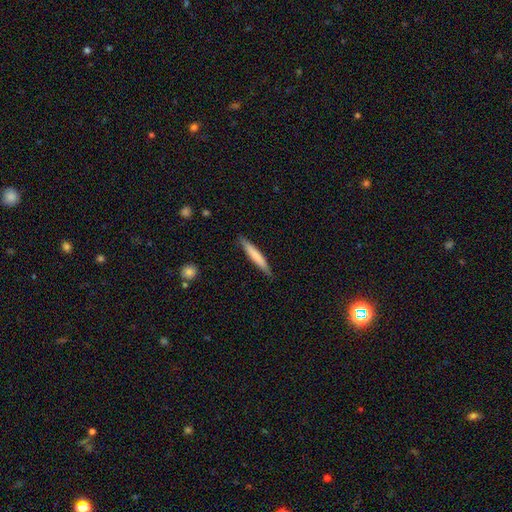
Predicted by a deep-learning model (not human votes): Morphology: type=smooth (69%); roundness=cigar-shaped (95%); merging=none (87%).